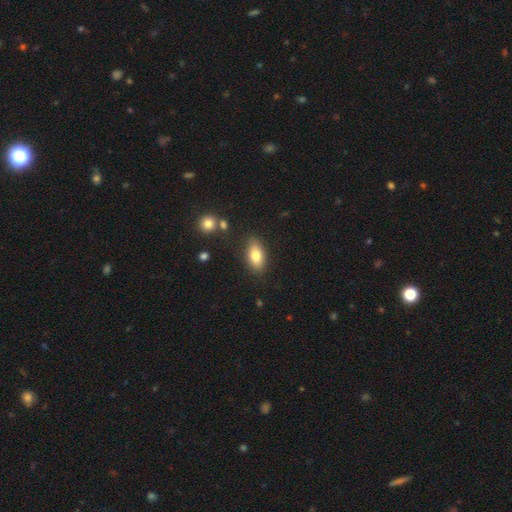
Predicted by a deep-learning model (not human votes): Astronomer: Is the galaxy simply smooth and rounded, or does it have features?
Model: smooth — 79%.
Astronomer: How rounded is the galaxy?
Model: in between — 87%.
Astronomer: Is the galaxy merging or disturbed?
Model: none — 83%.